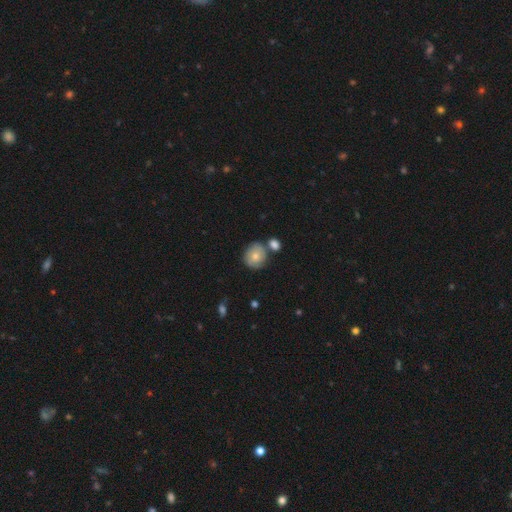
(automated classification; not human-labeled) smooth 65%, featured or disk 27%, star or artifact 8%. Down the decision tree: how rounded — round (81%); merging — none (62%).